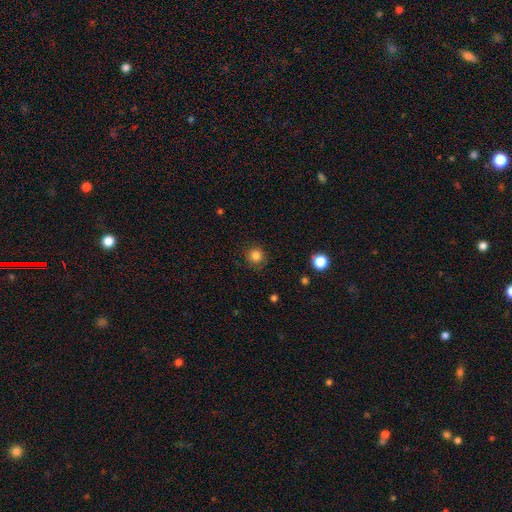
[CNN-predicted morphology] type=smooth (84%); roundness=round (93%); merging=none (87%).